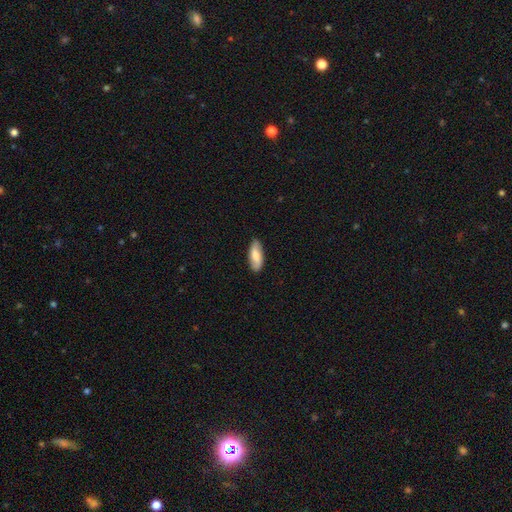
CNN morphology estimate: Smooth or featured?
  - smooth: 71% *
  - featured or disk: 23%
  - star or artifact: 6%
How rounded?
  - in between: 76% *
  - cigar-shaped: 22%
  - round: 2%
Merging?
  - none: 85% *
  - minor disturbance: 12%
  - major disturbance: 2%
  - merger: 1%